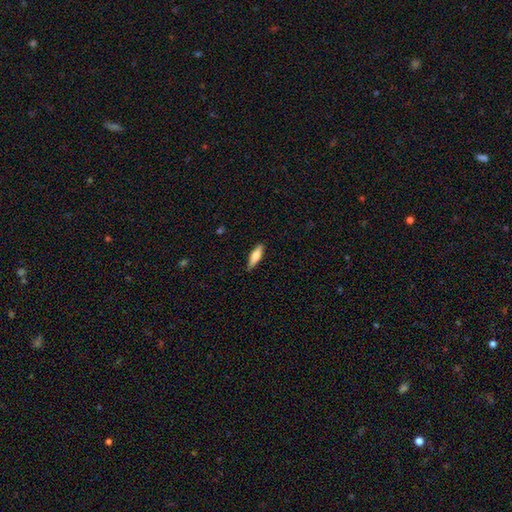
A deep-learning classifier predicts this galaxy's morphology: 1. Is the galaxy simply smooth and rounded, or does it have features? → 72% smooth, 22% featured or disk, 6% star or artifact.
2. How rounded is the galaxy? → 57% cigar-shaped, 41% in between, 2% round.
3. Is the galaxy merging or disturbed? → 85% none, 12% minor disturbance, 2% major disturbance, 1% merger.